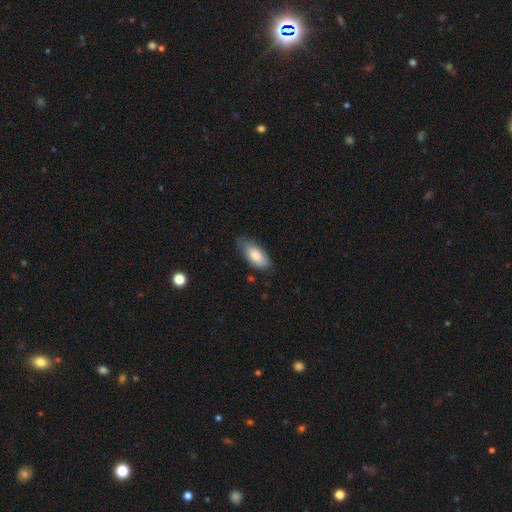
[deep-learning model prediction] smooth-or-featured: smooth: 81% | featured or disk: 13% | star or artifact: 6%
  how-rounded: in between: 90% | cigar-shaped: 8% | round: 2%
  merging: none: 62% | minor disturbance: 31% | major disturbance: 6% | merger: 2%